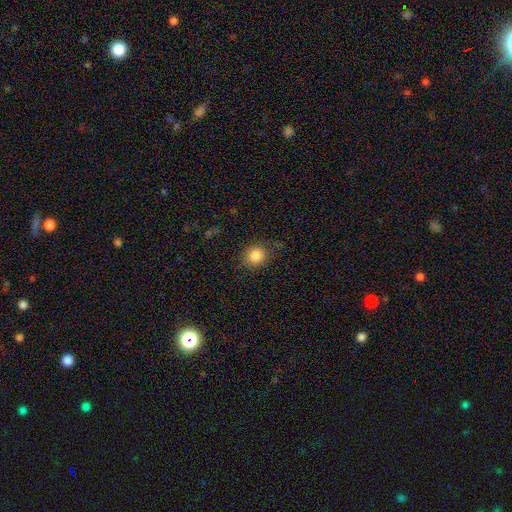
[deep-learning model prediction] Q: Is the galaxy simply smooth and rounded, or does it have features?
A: smooth — 84%.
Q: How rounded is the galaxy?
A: round — 83%.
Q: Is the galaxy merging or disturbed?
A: none — 81%.